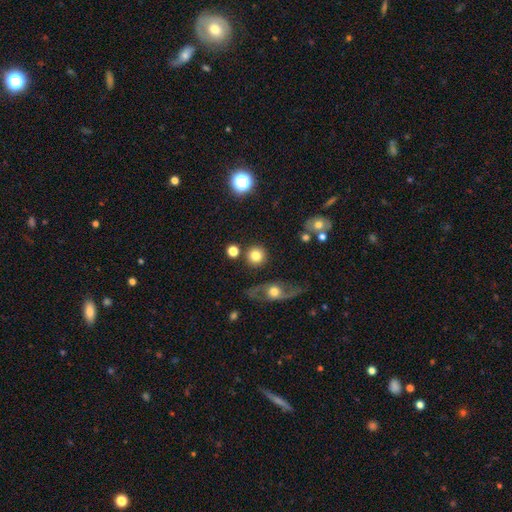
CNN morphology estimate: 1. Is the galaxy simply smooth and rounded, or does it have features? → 80% smooth, 10% star or artifact, 10% featured or disk.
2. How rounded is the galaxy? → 93% round, 6% in between, 1% cigar-shaped.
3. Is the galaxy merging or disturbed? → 84% none, 7% minor disturbance, 6% merger, 4% major disturbance.